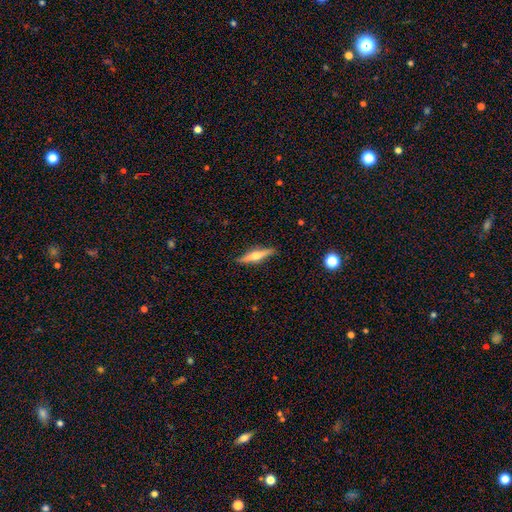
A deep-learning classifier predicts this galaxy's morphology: The model was most divided on "smooth or featured": featured or disk: 62%, smooth: 32%, star or artifact: 6%. More confident: edge-on disk — yes (96%); edge-on bulge — rounded (92%); merging — none (88%).